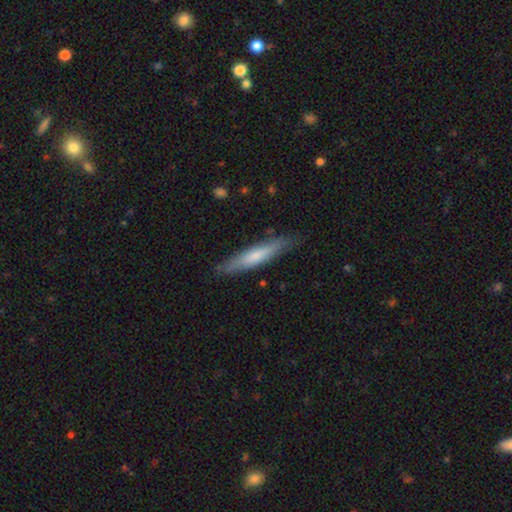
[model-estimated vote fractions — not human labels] smooth_or_featured: smooth (p=0.62) [alt: featured or disk p=0.32]
how_rounded: cigar-shaped (p=0.90) [alt: in between p=0.09]
merging: none (p=0.84) [alt: minor disturbance p=0.12]